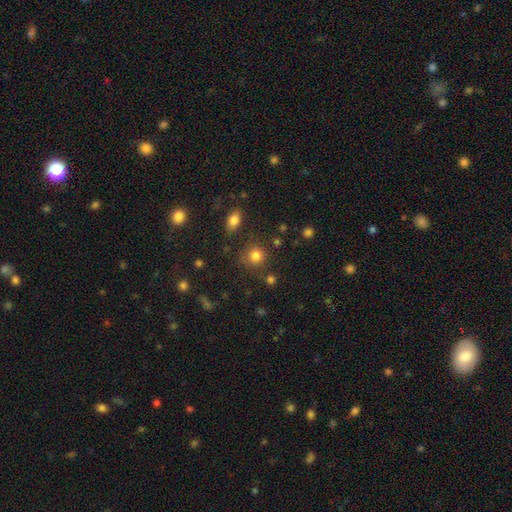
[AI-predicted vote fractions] Smooth or featured?
  - smooth: 81% *
  - star or artifact: 13%
  - featured or disk: 6%
How rounded?
  - round: 88% *
  - in between: 11%
  - cigar-shaped: 1%
Merging?
  - none: 78% *
  - minor disturbance: 12%
  - merger: 5%
  - major disturbance: 4%